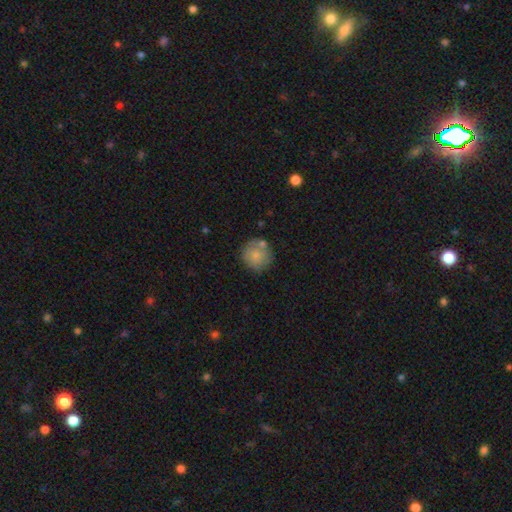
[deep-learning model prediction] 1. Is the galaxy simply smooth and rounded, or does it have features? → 76% smooth, 17% featured or disk, 8% star or artifact.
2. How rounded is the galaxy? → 92% round, 7% in between, 1% cigar-shaped.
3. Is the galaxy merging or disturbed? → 68% none, 16% minor disturbance, 11% merger, 5% major disturbance.